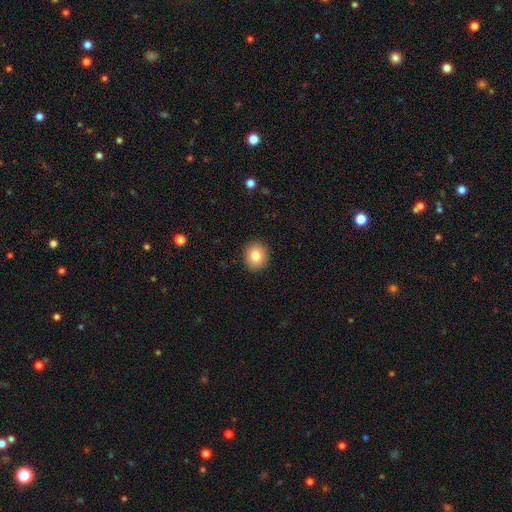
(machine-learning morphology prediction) A smooth galaxy with no disk features (82%) that is round (81%). Merging: none (92%).